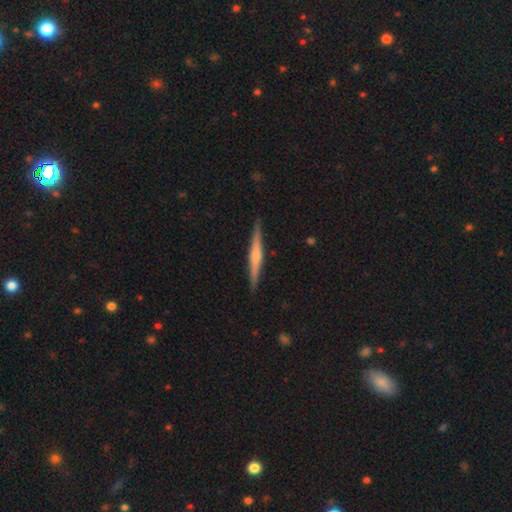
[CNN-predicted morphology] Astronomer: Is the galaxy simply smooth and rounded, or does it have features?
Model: featured or disk — 68%.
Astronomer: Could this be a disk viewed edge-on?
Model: yes — 98%.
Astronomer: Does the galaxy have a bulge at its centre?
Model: rounded — 76%.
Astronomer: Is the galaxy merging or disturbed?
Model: none — 90%.